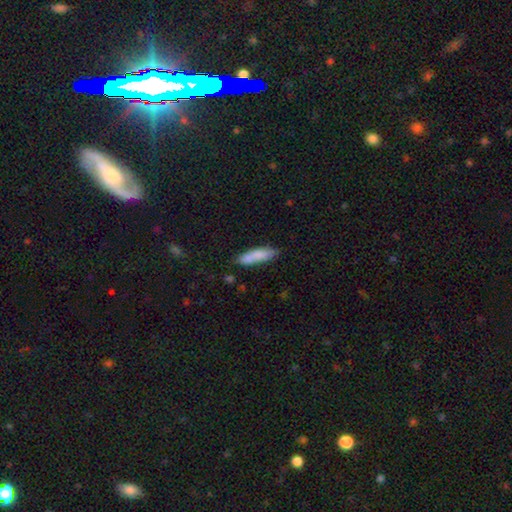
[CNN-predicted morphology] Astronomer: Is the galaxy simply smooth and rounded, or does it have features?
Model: smooth — 80%.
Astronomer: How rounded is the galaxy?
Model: cigar-shaped — 64%.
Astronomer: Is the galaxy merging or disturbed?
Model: none — 70%.